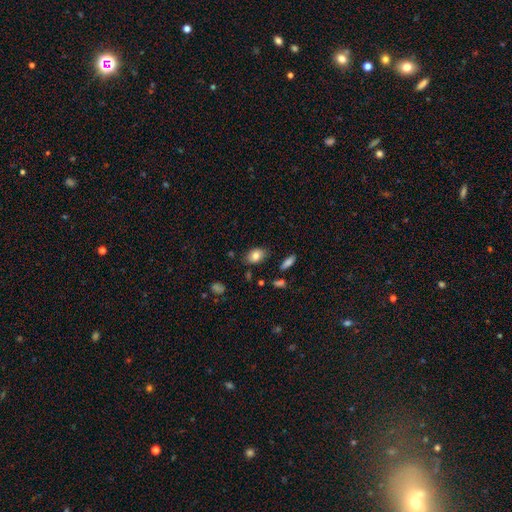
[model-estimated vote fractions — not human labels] A smooth galaxy with no disk features (80%) that is in between round and cigar-shaped (83%). Merging: none (82%).